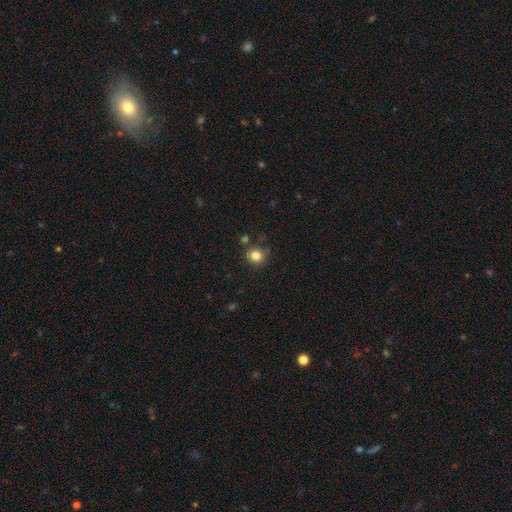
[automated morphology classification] Smooth or featured?
  - smooth: 82% *
  - star or artifact: 12%
  - featured or disk: 6%
How rounded?
  - round: 83% *
  - in between: 16%
  - cigar-shaped: 1%
Merging?
  - none: 80% *
  - minor disturbance: 11%
  - merger: 6%
  - major disturbance: 3%